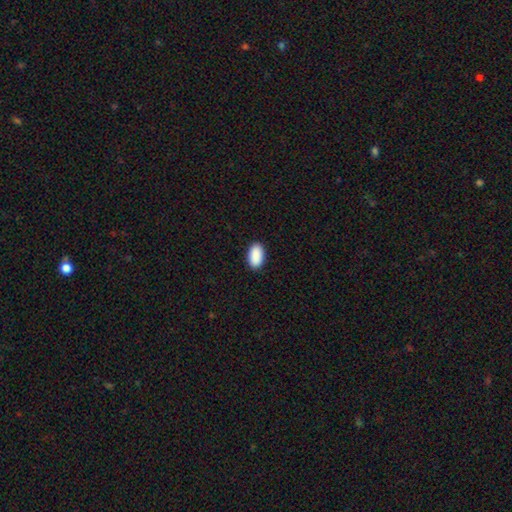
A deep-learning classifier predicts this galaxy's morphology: Smooth or featured?
  - smooth: 91% *
  - star or artifact: 6%
  - featured or disk: 2%
How rounded?
  - in between: 95% *
  - round: 3%
  - cigar-shaped: 2%
Merging?
  - none: 91% *
  - minor disturbance: 7%
  - major disturbance: 2%
  - merger: 1%